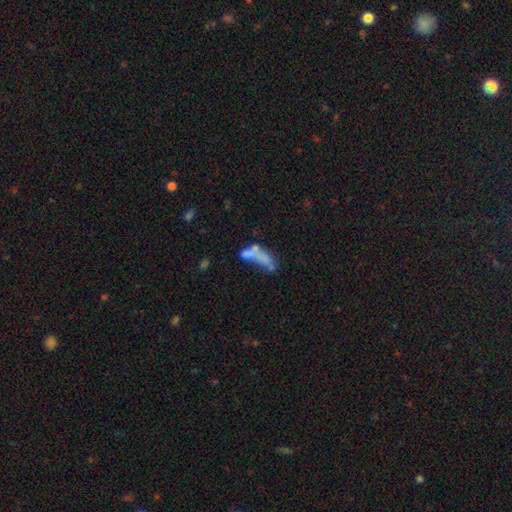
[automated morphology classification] smooth 48%, featured or disk 37%, star or artifact 15%. Down the decision tree: merging — merger (42%).